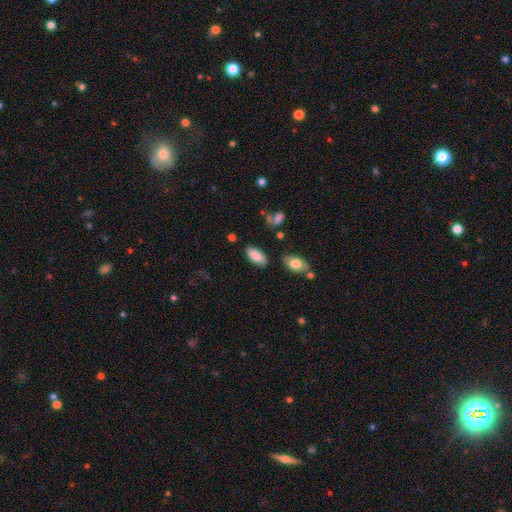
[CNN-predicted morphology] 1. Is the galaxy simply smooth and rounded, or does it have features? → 85% smooth, 7% featured or disk, 7% star or artifact.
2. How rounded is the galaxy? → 92% in between, 6% cigar-shaped, 2% round.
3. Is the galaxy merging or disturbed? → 81% none, 13% minor disturbance, 3% merger, 3% major disturbance.